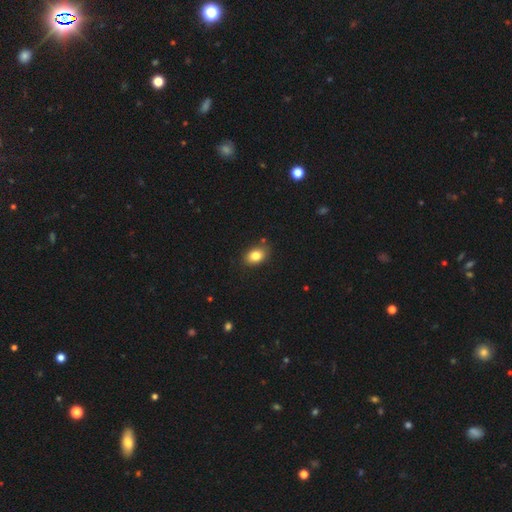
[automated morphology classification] Smooth or featured?
  - smooth: 82% *
  - star or artifact: 9%
  - featured or disk: 8%
How rounded?
  - in between: 75% *
  - round: 24%
  - cigar-shaped: 1%
Merging?
  - none: 83% *
  - minor disturbance: 12%
  - major disturbance: 2%
  - merger: 2%